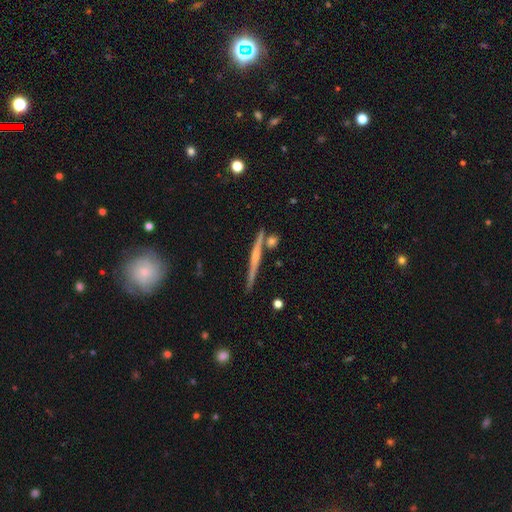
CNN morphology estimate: featured or disk 64%, smooth 30%, star or artifact 6%. Down the decision tree: edge-on disk — yes (97%); edge-on bulge — none (61%); merging — none (83%).